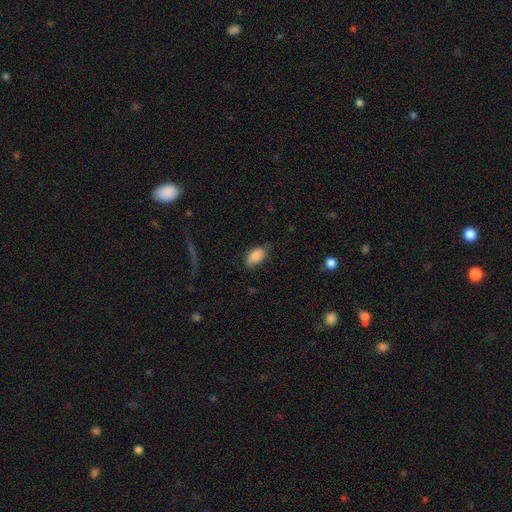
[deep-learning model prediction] Q: Smooth or featured?
A: smooth (86%); runner-up: star or artifact (7%)
Q: How rounded?
A: in between (92%); runner-up: round (5%)
Q: Merging?
A: none (70%); runner-up: minor disturbance (24%)